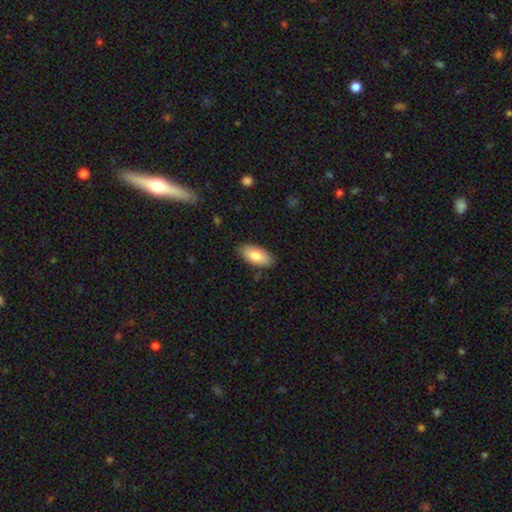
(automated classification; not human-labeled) This appears to be a smooth galaxy with no disk features (81%) that is in between round and cigar-shaped (91%). Merging: none (86%).